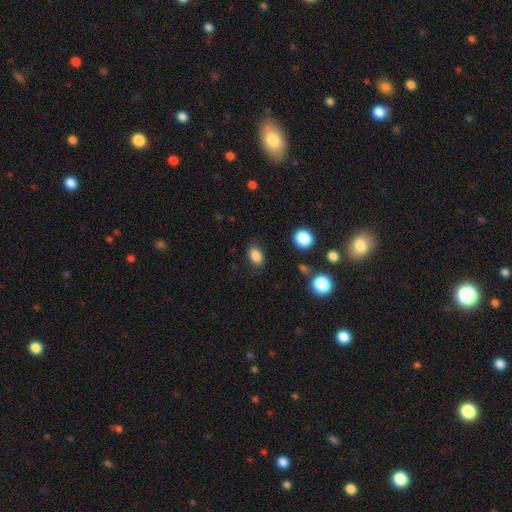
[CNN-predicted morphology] This appears to be a smooth galaxy with no disk features (86%) that is in between round and cigar-shaped (80%). Merging: none (82%).